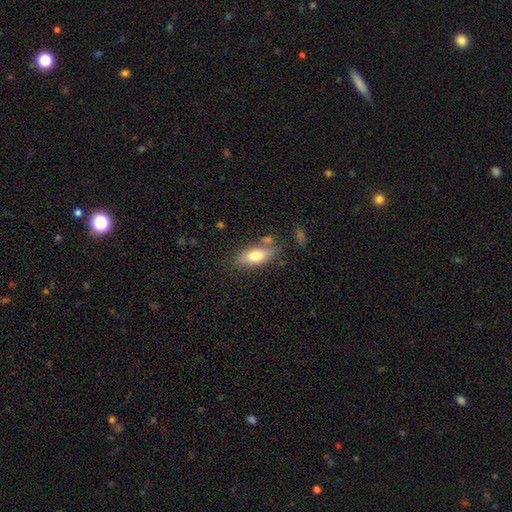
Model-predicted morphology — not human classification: Smooth or featured? smooth (72%)
How rounded? in between (79%)
Merging? none (70%)